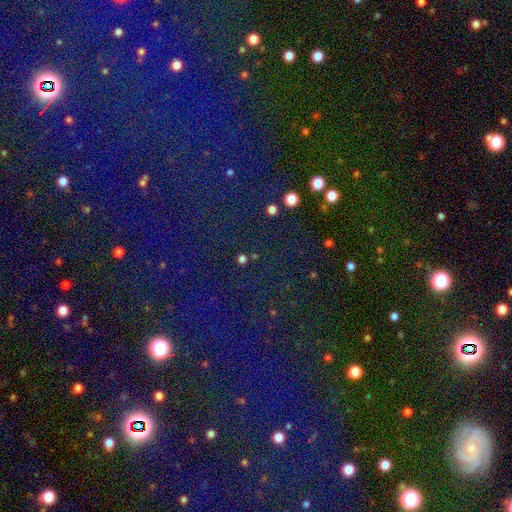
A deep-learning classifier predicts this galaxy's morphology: Smooth or featured?
  - star or artifact: 76% *
  - smooth: 15%
  - featured or disk: 8%